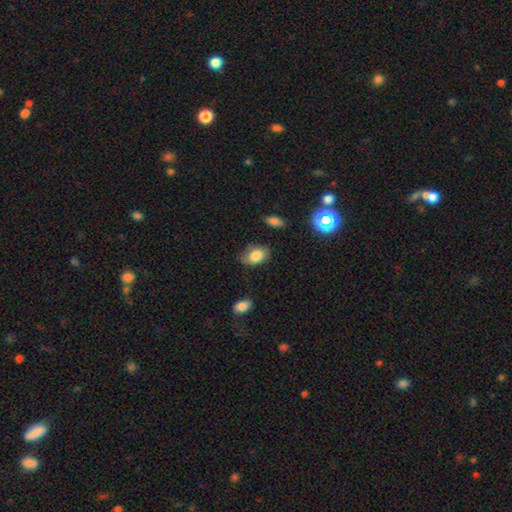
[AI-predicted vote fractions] Smooth or featured? smooth (79%)
How rounded? in between (83%)
Merging? none (67%)